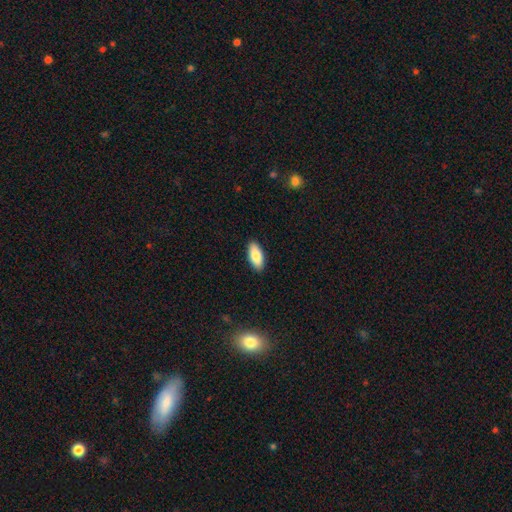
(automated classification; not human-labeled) A smooth galaxy with no disk features (85%) that is in between round and cigar-shaped (85%).

Vote fractions:
- Smooth or featured? smooth: 85% / featured or disk: 9% / star or artifact: 6%
- How rounded? in between: 85% / cigar-shaped: 13% / round: 2%
- Merging? none: 90% / minor disturbance: 7% / major disturbance: 2% / merger: 1%